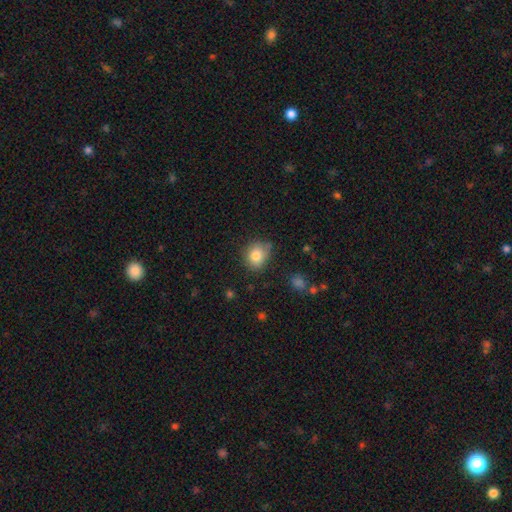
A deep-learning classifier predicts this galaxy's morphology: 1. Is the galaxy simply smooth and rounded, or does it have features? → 82% smooth, 10% star or artifact, 8% featured or disk.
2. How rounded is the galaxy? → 73% round, 26% in between, 1% cigar-shaped.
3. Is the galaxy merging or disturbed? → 78% none, 16% minor disturbance, 3% major disturbance, 3% merger.